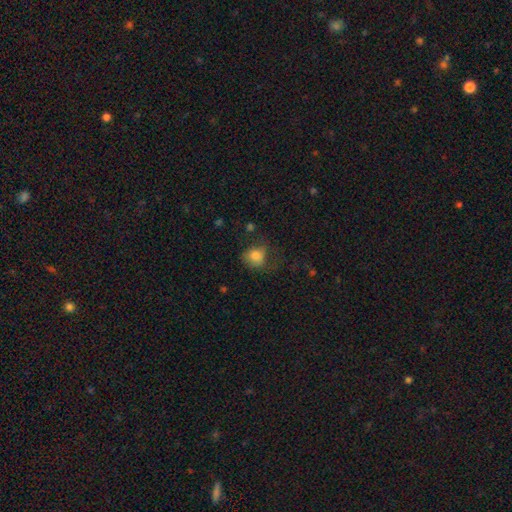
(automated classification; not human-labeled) A smooth galaxy with no disk features (78%) that is round (67%). Merging: none (45%).